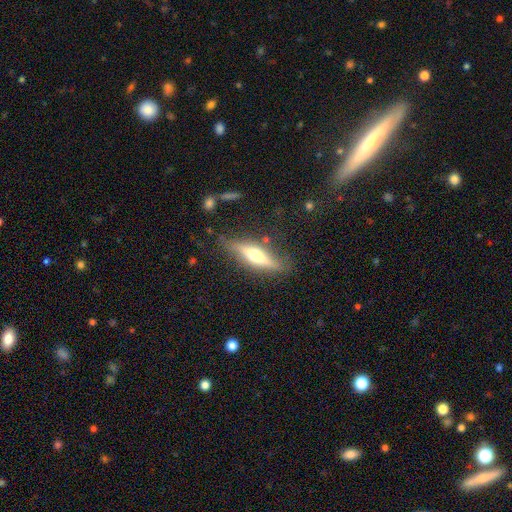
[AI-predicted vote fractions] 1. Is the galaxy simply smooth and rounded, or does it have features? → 62% featured or disk, 32% smooth, 6% star or artifact.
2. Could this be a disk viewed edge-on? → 92% yes, 8% no.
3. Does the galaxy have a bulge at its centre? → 90% rounded, 6% boxy, 4% none.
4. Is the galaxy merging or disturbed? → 80% none, 14% minor disturbance, 4% major disturbance, 2% merger.